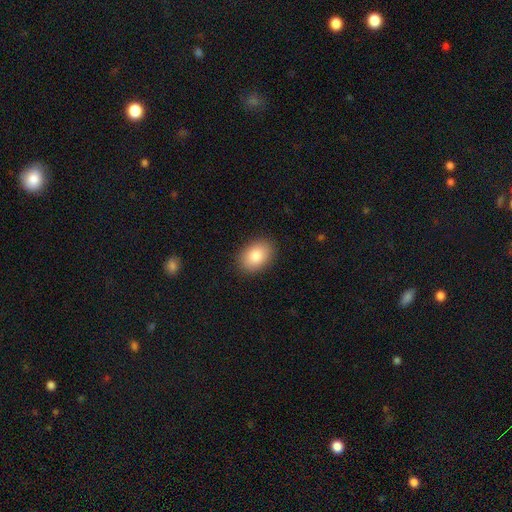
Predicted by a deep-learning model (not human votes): Morphology: type=smooth (85%); roundness=in between (81%); merging=none (89%).